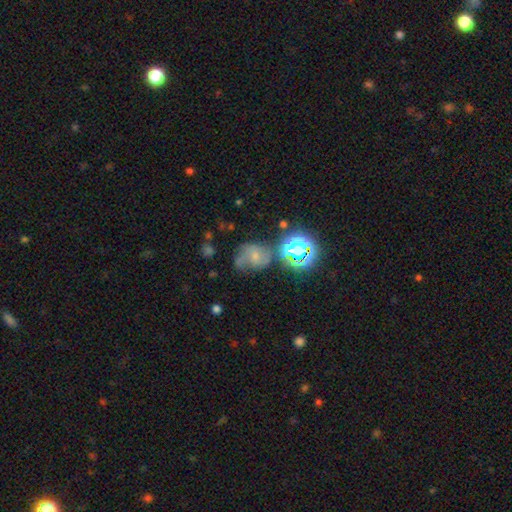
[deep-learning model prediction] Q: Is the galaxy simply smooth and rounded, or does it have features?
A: featured or disk — 37%.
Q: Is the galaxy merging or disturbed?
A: none — 43%.